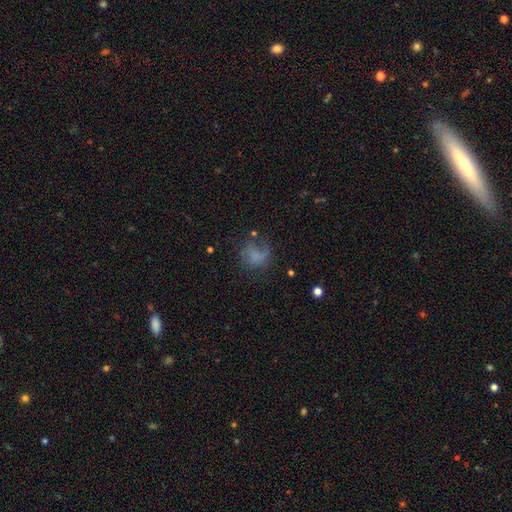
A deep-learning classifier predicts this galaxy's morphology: smooth_or_featured: smooth (p=0.55) [alt: featured or disk p=0.30]
how_rounded: round (p=0.66) [alt: in between p=0.33]
merging: none (p=0.45) [alt: major disturbance p=0.28]